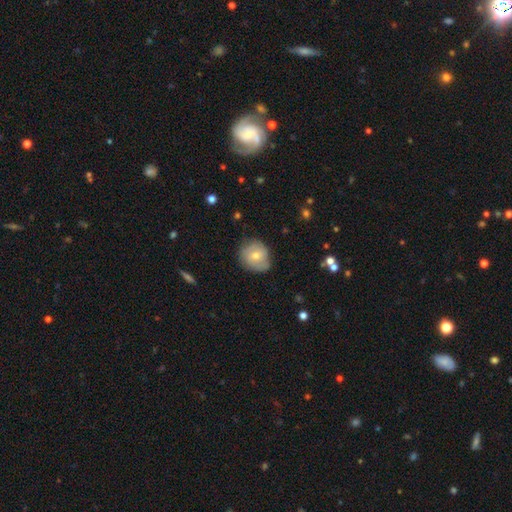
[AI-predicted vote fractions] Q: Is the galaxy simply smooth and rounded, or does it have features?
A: smooth — 65%.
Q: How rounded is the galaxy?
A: round — 80%.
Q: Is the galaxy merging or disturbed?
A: none — 67%.